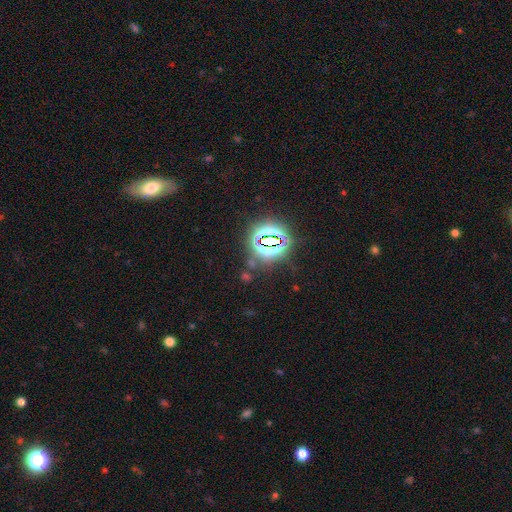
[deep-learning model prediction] Smooth or featured?
  - star or artifact: 76% *
  - smooth: 15%
  - featured or disk: 9%